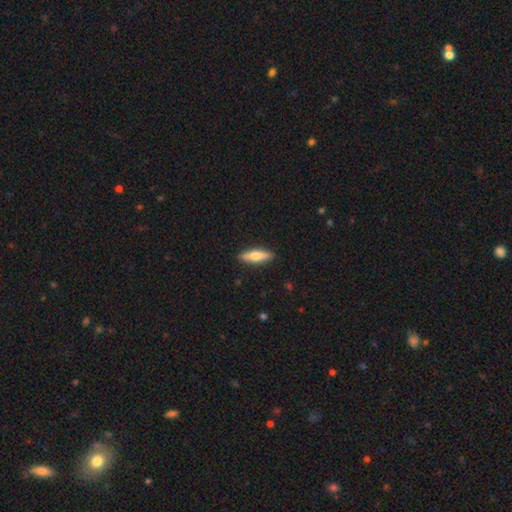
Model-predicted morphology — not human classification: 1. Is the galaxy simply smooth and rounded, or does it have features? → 59% smooth, 35% featured or disk, 5% star or artifact.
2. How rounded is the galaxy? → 65% cigar-shaped, 32% in between, 2% round.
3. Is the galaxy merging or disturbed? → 90% none, 7% minor disturbance, 2% major disturbance, 1% merger.